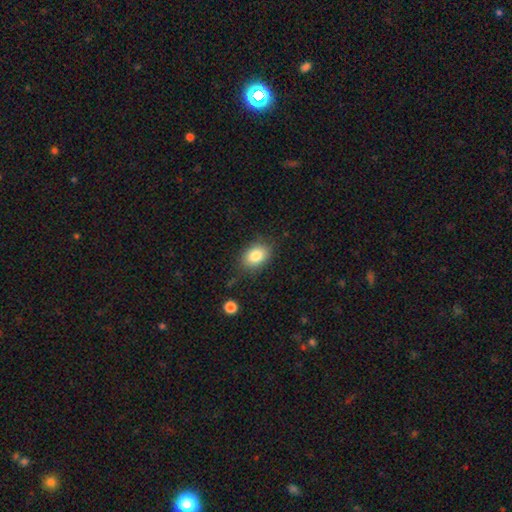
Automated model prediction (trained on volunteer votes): Smooth or featured? Predicted: smooth (p=0.83). How rounded? Predicted: in between (p=0.75). Merging? Predicted: none (p=0.77).